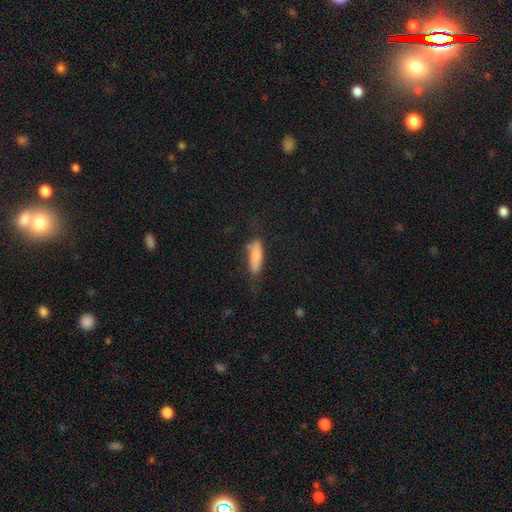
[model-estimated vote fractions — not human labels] Morphology: type=smooth (78%); roundness=in between (52%); merging=none (63%).